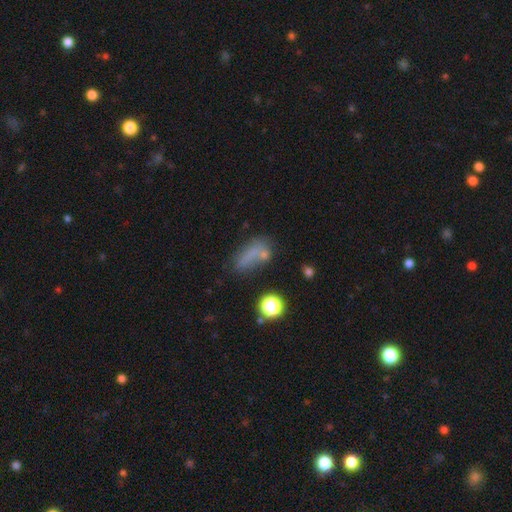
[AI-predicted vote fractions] Smooth or featured?
  - smooth: 56% *
  - star or artifact: 24%
  - featured or disk: 20%
How rounded?
  - in between: 60% *
  - cigar-shaped: 26%
  - round: 14%
Merging?
  - none: 49% *
  - minor disturbance: 22%
  - major disturbance: 17%
  - merger: 13%